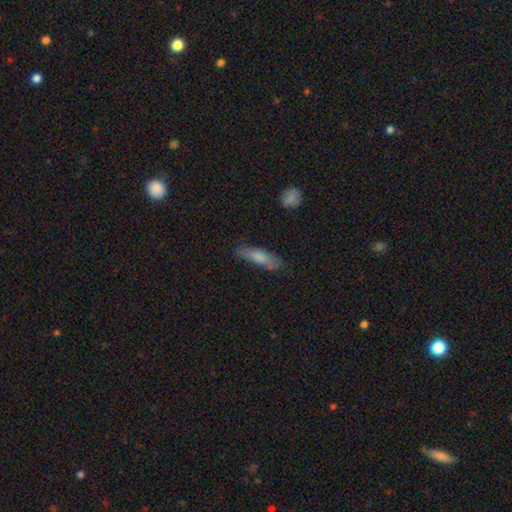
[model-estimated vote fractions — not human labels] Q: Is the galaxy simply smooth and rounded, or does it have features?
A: smooth — 66%.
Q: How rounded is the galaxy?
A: cigar-shaped — 72%.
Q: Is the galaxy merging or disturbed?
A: none — 79%.